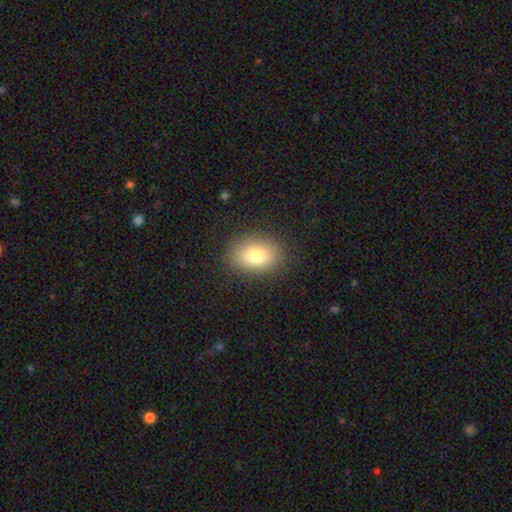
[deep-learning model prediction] Smooth or featured: smooth — 80% (featured or disk — 11%)
How rounded: in between — 79% (round — 20%)
Merging: none — 86% (minor disturbance — 10%)